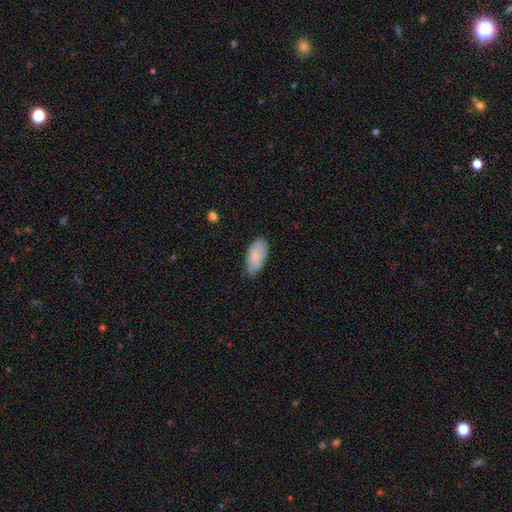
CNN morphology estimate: Smooth or featured? Predicted: smooth (p=0.78). How rounded? Predicted: in between (p=0.93). Merging? Predicted: none (p=0.63).